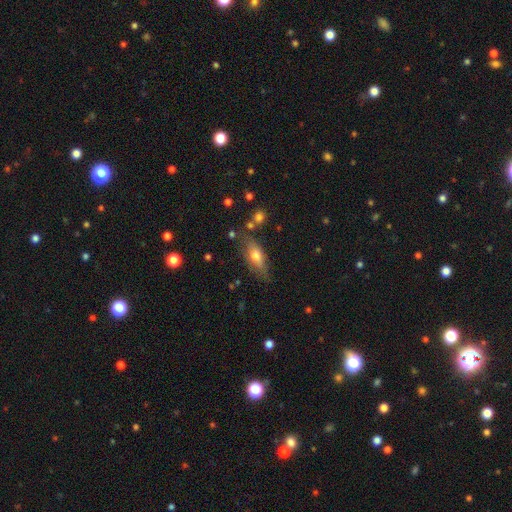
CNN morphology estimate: Overall: smooth (63%; featured or disk 29%). How rounded: in between (70%). Merging: none (70%).